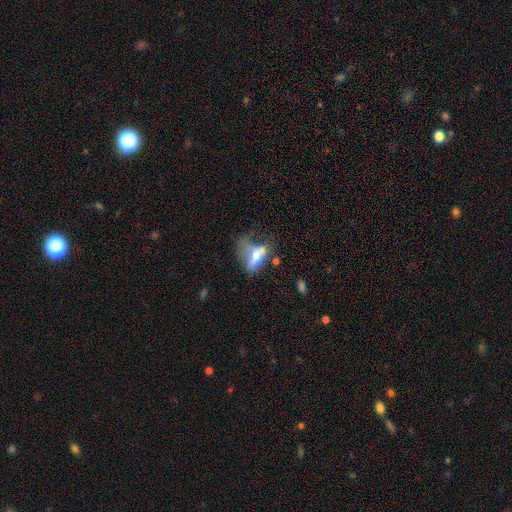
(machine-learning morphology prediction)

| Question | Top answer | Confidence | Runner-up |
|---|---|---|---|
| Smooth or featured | smooth | 48% | featured or disk (41%) |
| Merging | merger | 34% | major disturbance (33%) |